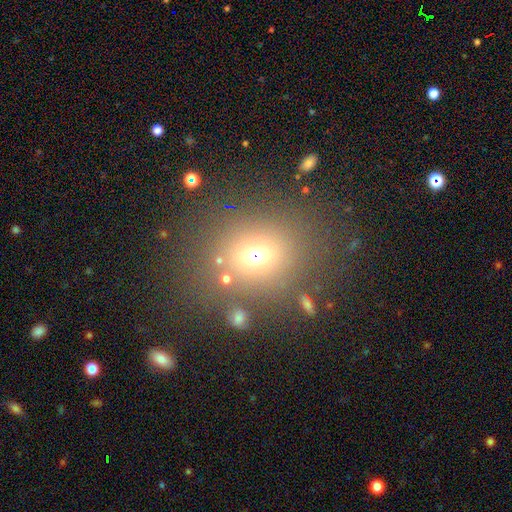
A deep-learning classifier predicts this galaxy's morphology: type=smooth (64%); roundness=round (72%); merging=none (71%).